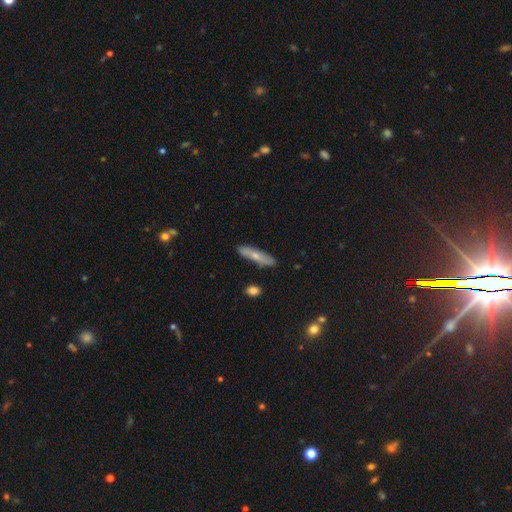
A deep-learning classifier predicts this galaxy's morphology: This appears to be a smooth galaxy with no disk features (56%) that is cigar-shaped (78%). Merging: none (85%).